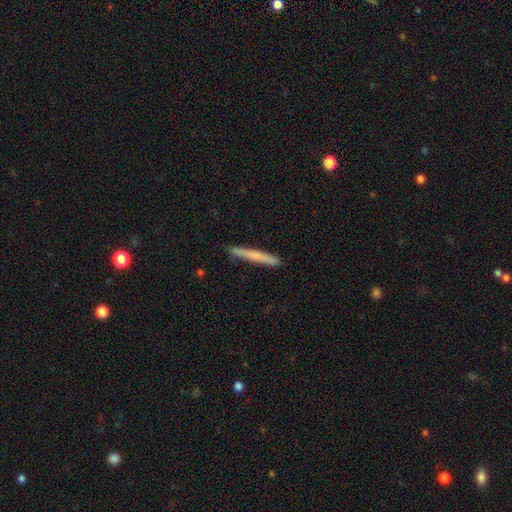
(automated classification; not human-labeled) smooth_or_featured: smooth (p=0.63) [alt: featured or disk p=0.31]
how_rounded: cigar-shaped (p=0.97) [alt: in between p=0.02]
merging: none (p=0.91) [alt: minor disturbance p=0.07]